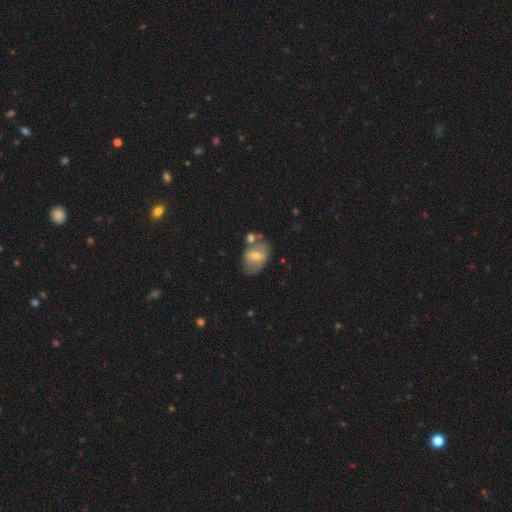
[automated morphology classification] smooth-or-featured: smooth: 48% | featured or disk: 44% | star or artifact: 8%
  merging: none: 55% | minor disturbance: 21% | merger: 18% | major disturbance: 7%